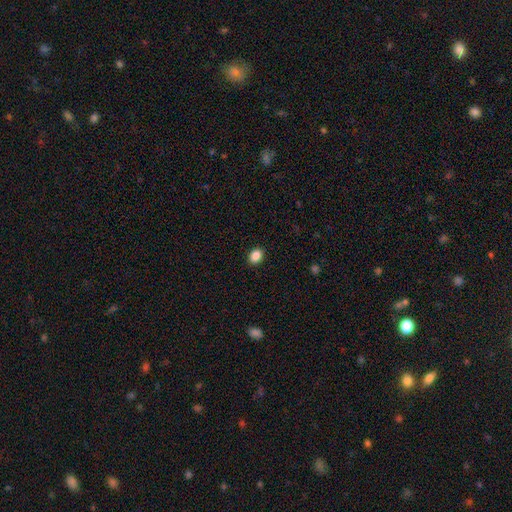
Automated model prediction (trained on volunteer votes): This appears to be a smooth galaxy with no disk features (88%) that is in between round and cigar-shaped (63%). Merging: none (90%).